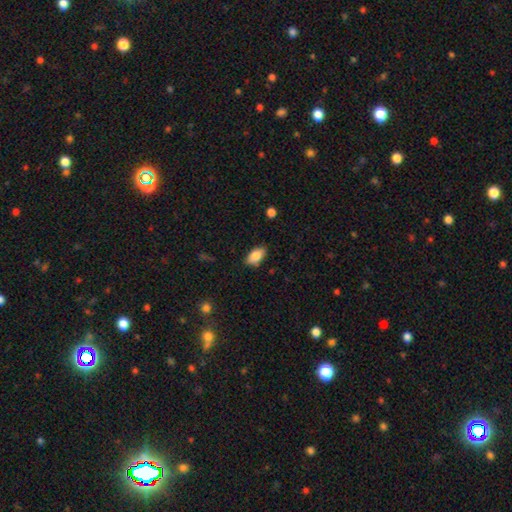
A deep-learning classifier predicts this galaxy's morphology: Smooth or featured: smooth — 83% (featured or disk — 10%)
How rounded: in between — 91% (cigar-shaped — 5%)
Merging: none — 83% (minor disturbance — 13%)